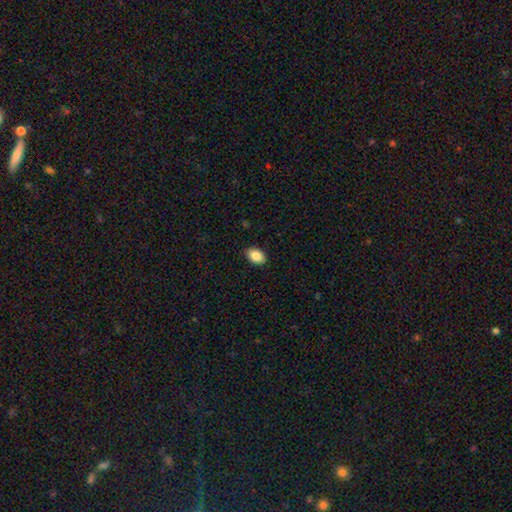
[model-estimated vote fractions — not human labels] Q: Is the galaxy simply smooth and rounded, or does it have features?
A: smooth — 86%.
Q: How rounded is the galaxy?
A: in between — 85%.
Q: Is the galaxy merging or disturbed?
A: none — 88%.